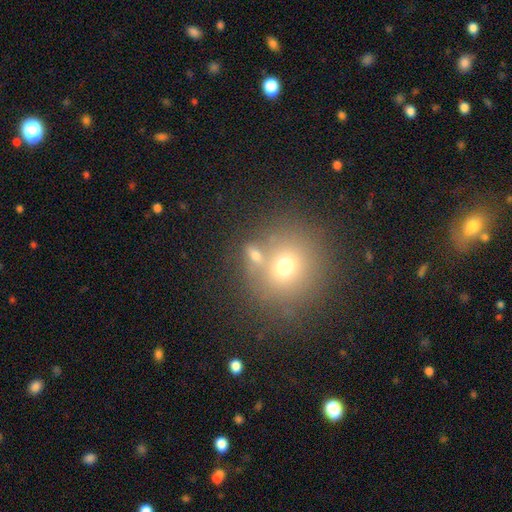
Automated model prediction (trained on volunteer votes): smooth_or_featured: smooth (p=0.67) [alt: star or artifact p=0.19]
how_rounded: round (p=0.55) [alt: in between p=0.41]
merging: none (p=0.54) [alt: merger p=0.29]